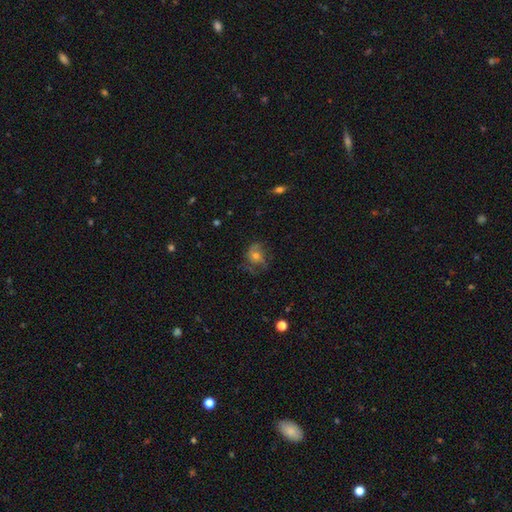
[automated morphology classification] Smooth or featured?
  - featured or disk: 49% *
  - smooth: 36%
  - star or artifact: 15%
Merging?
  - none: 54% *
  - minor disturbance: 23%
  - major disturbance: 21%
  - merger: 2%